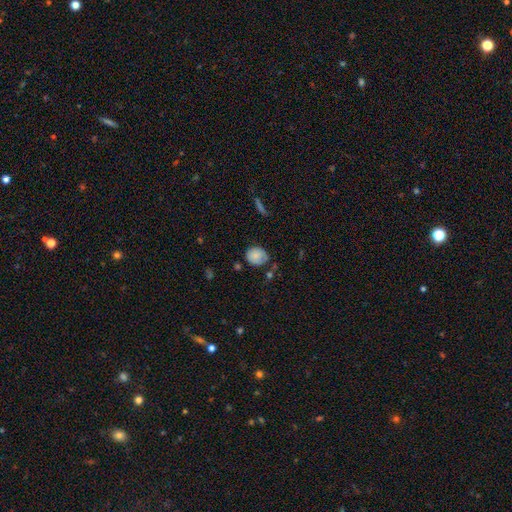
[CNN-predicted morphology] Smooth or featured: smooth — 80% (featured or disk — 12%)
How rounded: round — 58% (in between — 41%)
Merging: none — 64% (minor disturbance — 27%)